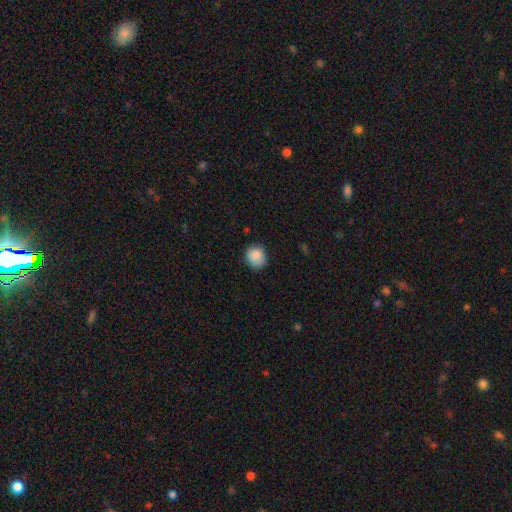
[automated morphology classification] The model was most divided on "how rounded": round: 71%, in between: 28%, cigar-shaped: 1%. More confident: smooth or featured — smooth (86%); merging — none (74%).